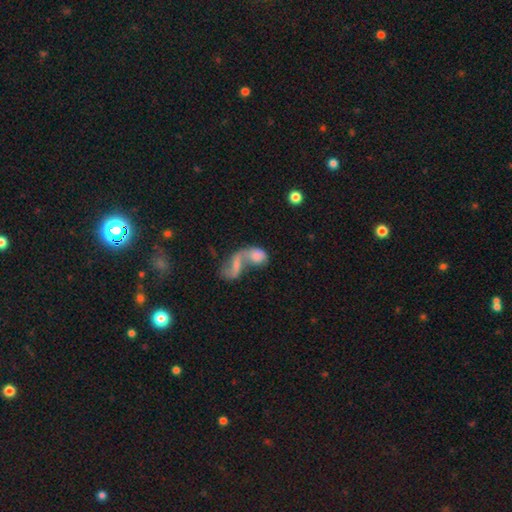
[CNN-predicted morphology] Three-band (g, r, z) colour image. It shows a smooth galaxy with no disk features (52%) that is in between round and cigar-shaped (73%). Merging: merger (73%).